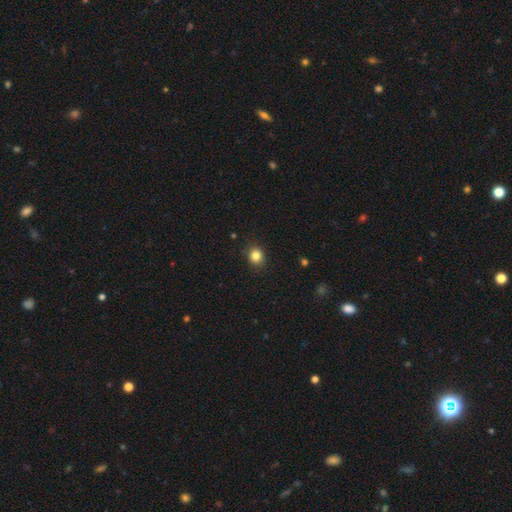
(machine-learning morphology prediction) Smooth or featured: smooth — 84% (star or artifact — 11%)
How rounded: round — 78% (in between — 21%)
Merging: none — 87% (minor disturbance — 10%)